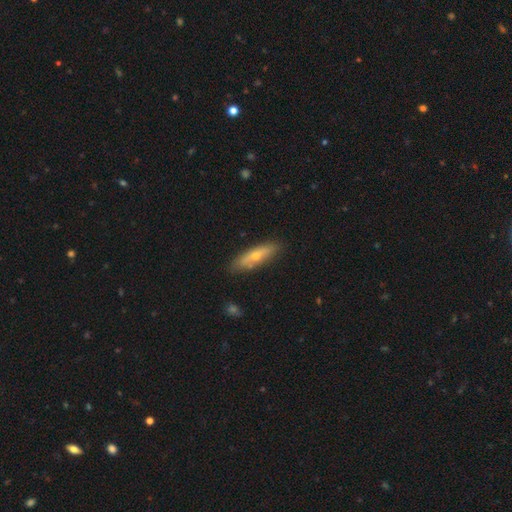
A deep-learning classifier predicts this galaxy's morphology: Smooth or featured: featured or disk — 48% (smooth — 46%)
Merging: none — 85% (minor disturbance — 12%)